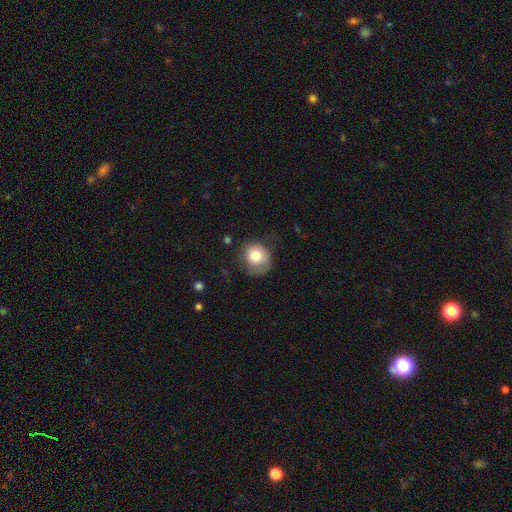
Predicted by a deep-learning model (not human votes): A smooth galaxy with no disk features (75%) that is round (77%).

Vote fractions:
- Smooth or featured? smooth: 75% / featured or disk: 17% / star or artifact: 8%
- How rounded? round: 77% / in between: 22% / cigar-shaped: 1%
- Merging? none: 60% / minor disturbance: 25% / major disturbance: 13% / merger: 2%